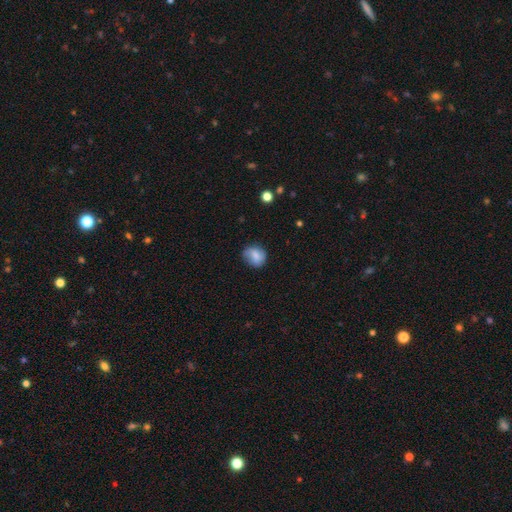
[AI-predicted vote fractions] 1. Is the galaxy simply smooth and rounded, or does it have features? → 68% smooth, 24% featured or disk, 8% star or artifact.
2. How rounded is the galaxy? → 72% round, 27% in between, 1% cigar-shaped.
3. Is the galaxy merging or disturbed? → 65% none, 25% minor disturbance, 7% major disturbance, 2% merger.